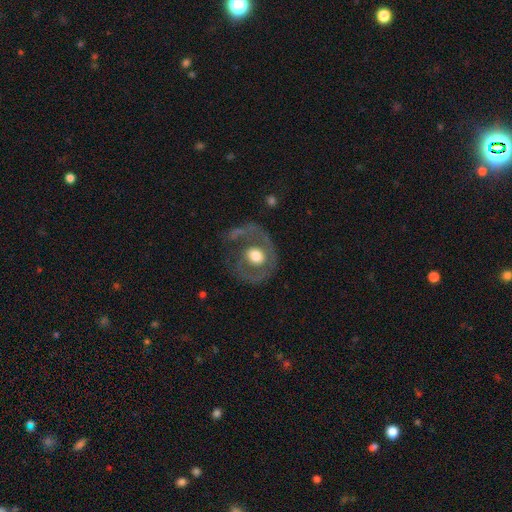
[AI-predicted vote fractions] This appears to be a featured or disk galaxy (60%) with no bar (81%), no spiral arms (59%) and a moderate central bulge (58%). Merging: none (50%).